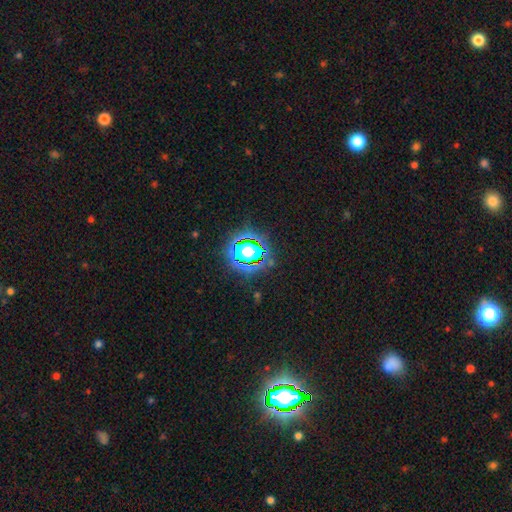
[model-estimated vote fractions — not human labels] This is likely a star or artifact rather than a galaxy (78%).